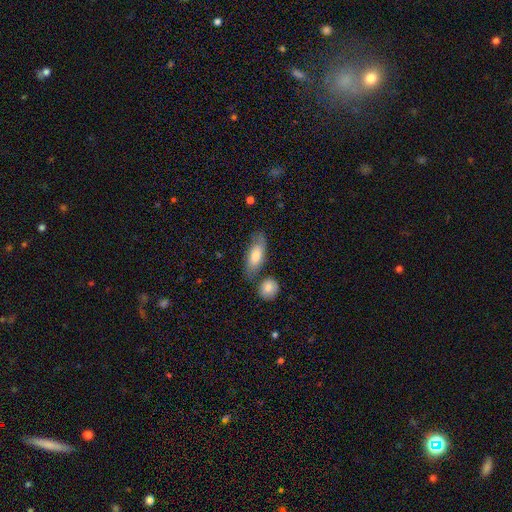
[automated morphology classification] smooth-or-featured: smooth: 72% | featured or disk: 23% | star or artifact: 6%
  how-rounded: in between: 76% | cigar-shaped: 21% | round: 3%
  merging: none: 66% | minor disturbance: 17% | merger: 12% | major disturbance: 5%